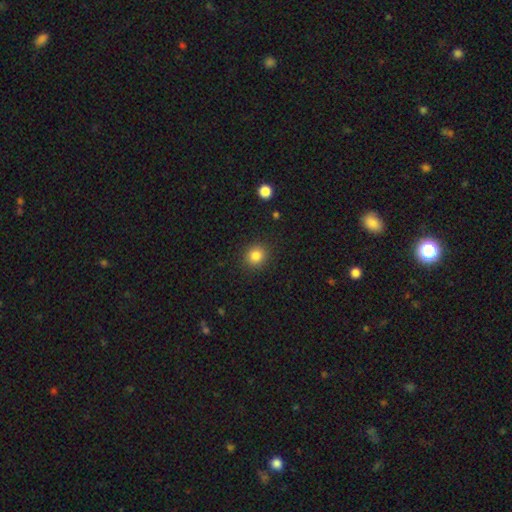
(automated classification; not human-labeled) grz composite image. It shows a smooth galaxy with no disk features (84%) that is round (86%). Merging: none (90%).